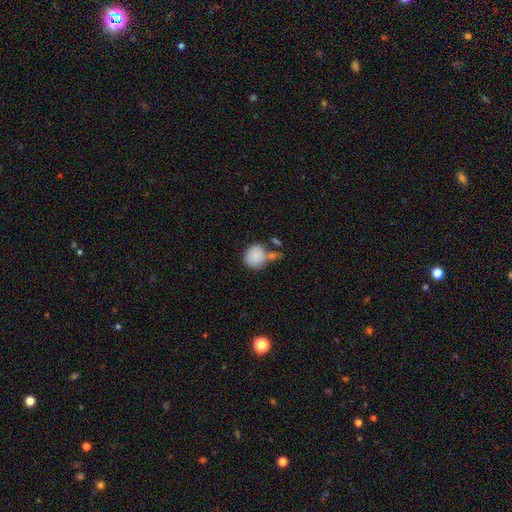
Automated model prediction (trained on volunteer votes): Morphology: type=smooth (86%); roundness=round (63%); merging=none (49%).